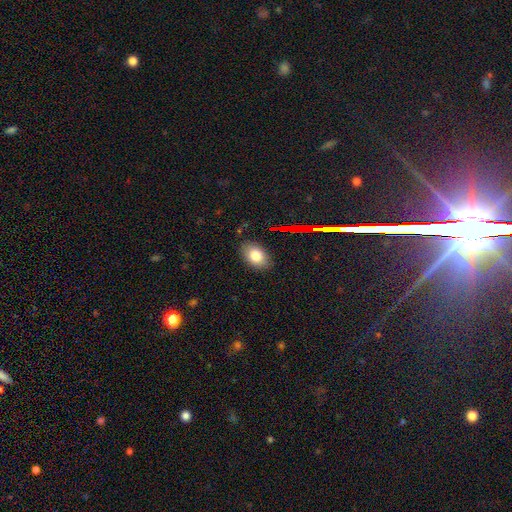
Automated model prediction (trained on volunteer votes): Overall: smooth (78%). How rounded: in between (86%). Merging: none (84%).